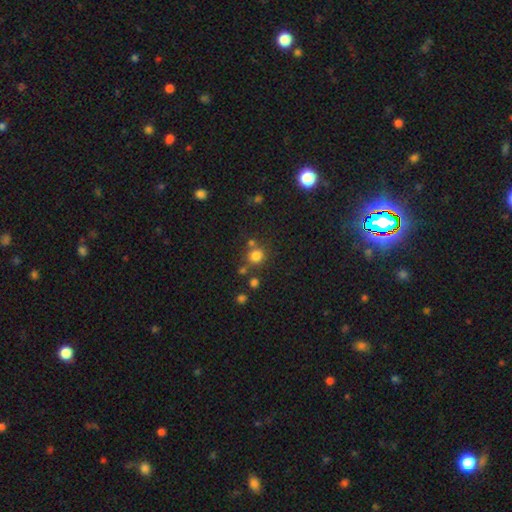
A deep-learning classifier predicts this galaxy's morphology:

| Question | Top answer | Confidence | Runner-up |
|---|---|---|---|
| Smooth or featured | smooth | 78% | star or artifact (15%) |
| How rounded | round | 90% | in between (9%) |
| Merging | none | 70% | merger (17%) |